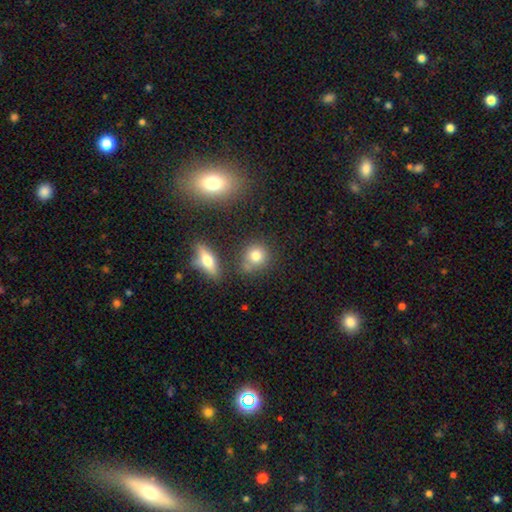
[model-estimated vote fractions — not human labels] smooth 77%, star or artifact 13%, featured or disk 11%. Down the decision tree: how rounded — round (79%); merging — none (68%).